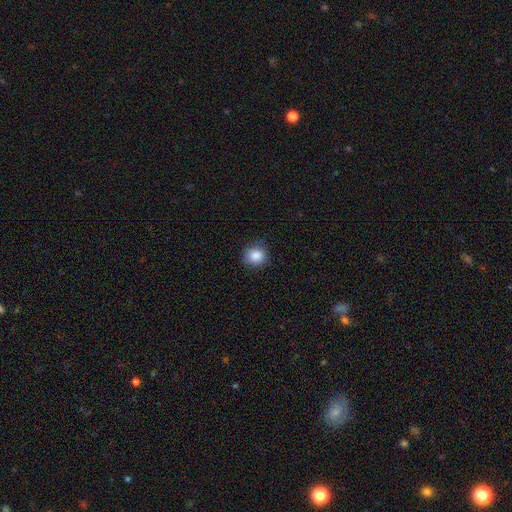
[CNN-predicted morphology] smooth 86%, star or artifact 9%, featured or disk 5%. Down the decision tree: how rounded — round (86%); merging — none (80%).